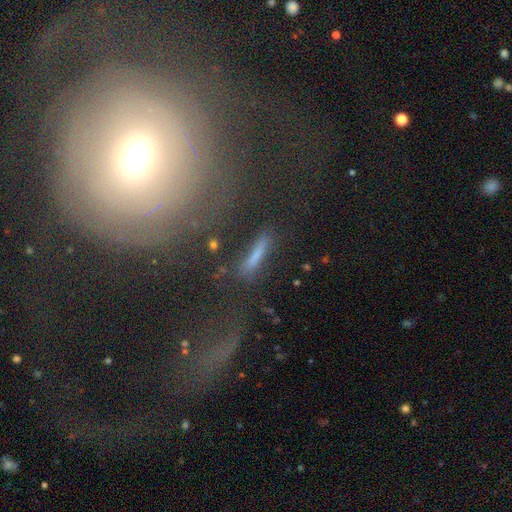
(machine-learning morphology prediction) smooth 62%, featured or disk 21%, star or artifact 17%. Down the decision tree: how rounded — cigar-shaped (84%); merging — none (72%).